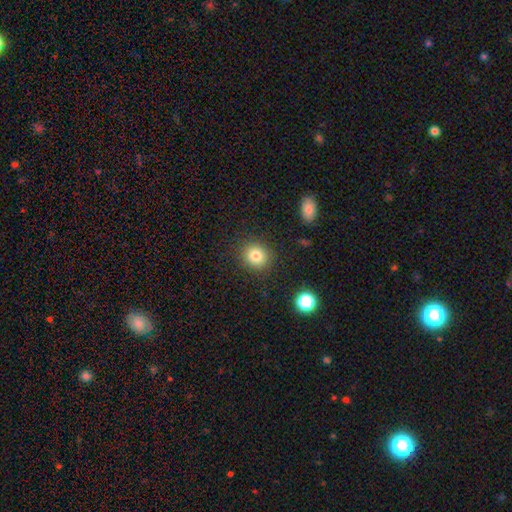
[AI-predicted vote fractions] Q: Smooth or featured?
A: smooth (81%); runner-up: star or artifact (11%)
Q: How rounded?
A: round (84%); runner-up: in between (15%)
Q: Merging?
A: none (89%); runner-up: minor disturbance (7%)